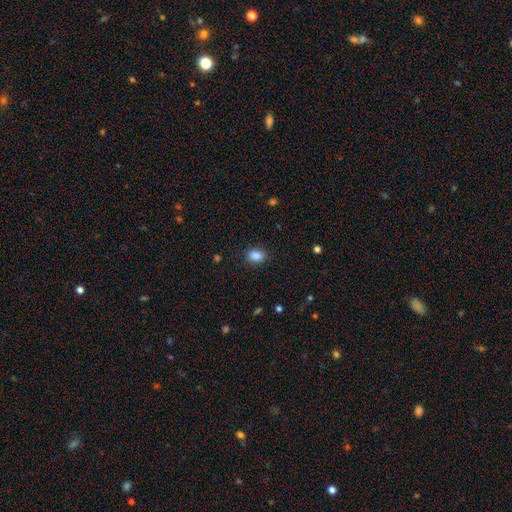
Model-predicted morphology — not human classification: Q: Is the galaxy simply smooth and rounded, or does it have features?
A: smooth — 87%.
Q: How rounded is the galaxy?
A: in between — 73%.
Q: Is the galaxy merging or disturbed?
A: none — 84%.